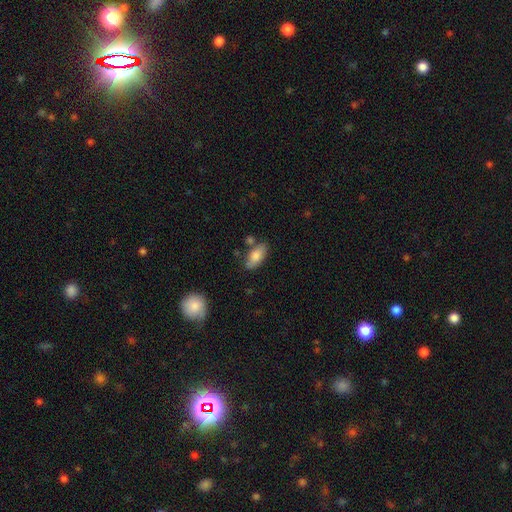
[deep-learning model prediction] smooth-or-featured: smooth: 79% | featured or disk: 15% | star or artifact: 7%
  how-rounded: in between: 86% | cigar-shaped: 11% | round: 3%
  merging: none: 72% | minor disturbance: 17% | merger: 8% | major disturbance: 4%